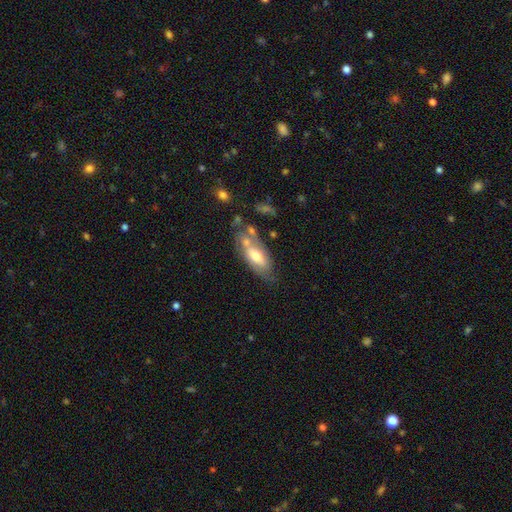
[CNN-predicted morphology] smooth 52%, featured or disk 41%, star or artifact 7%. Down the decision tree: how rounded — in between (79%); merging — none (48%).